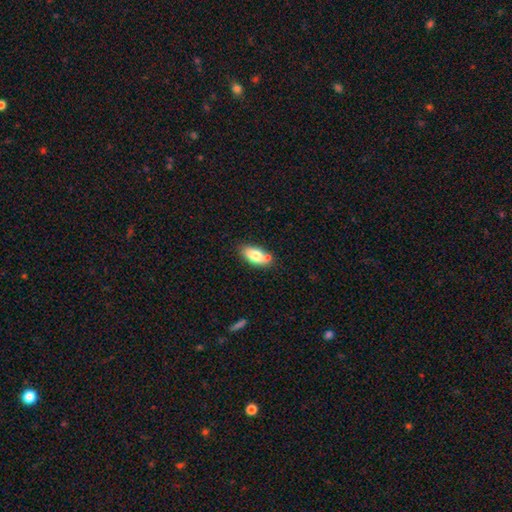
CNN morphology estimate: Smooth or featured? Predicted: smooth (p=0.75). How rounded? Predicted: in between (p=0.88). Merging? Predicted: none (p=0.68).